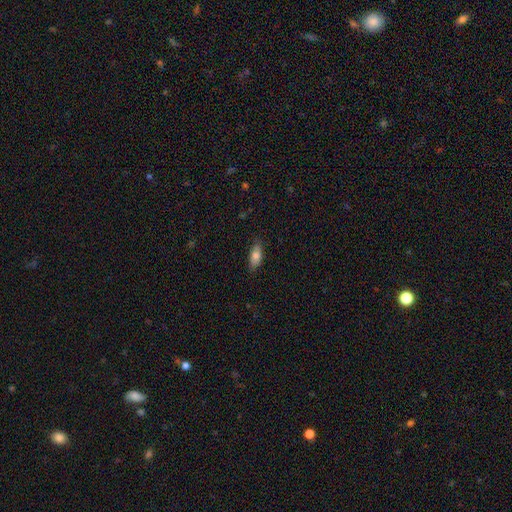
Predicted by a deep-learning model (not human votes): Smooth or featured? smooth (77%)
How rounded? in between (78%)
Merging? none (80%)